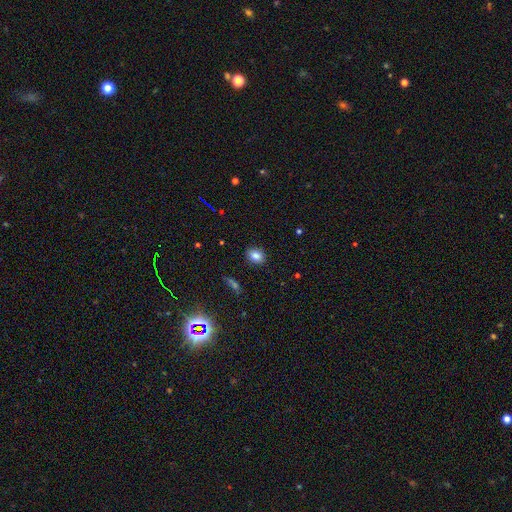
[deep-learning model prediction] Smooth or featured? Predicted: smooth (p=0.81). How rounded? Predicted: in between (p=0.54). Merging? Predicted: none (p=0.88).